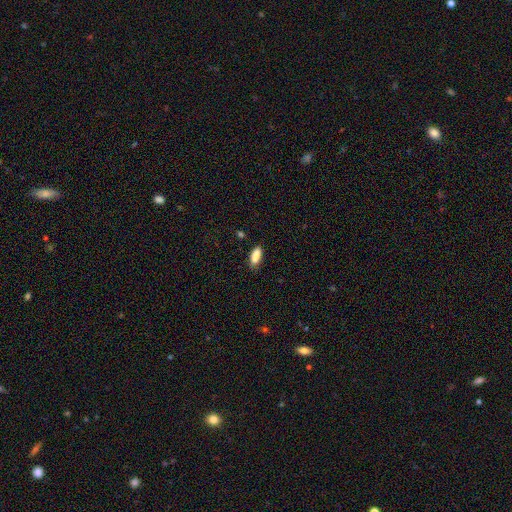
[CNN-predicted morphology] smooth-or-featured: smooth: 89% | star or artifact: 7% | featured or disk: 4%
  how-rounded: in between: 79% | cigar-shaped: 19% | round: 2%
  merging: none: 83% | minor disturbance: 13% | major disturbance: 2% | merger: 1%